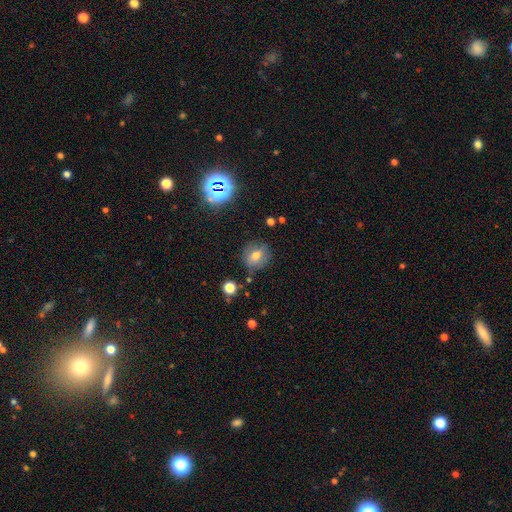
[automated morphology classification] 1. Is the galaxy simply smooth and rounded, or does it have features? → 67% smooth, 17% featured or disk, 16% star or artifact.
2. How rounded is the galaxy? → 72% round, 27% in between, 2% cigar-shaped.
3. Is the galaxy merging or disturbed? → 79% none, 14% minor disturbance, 4% major disturbance, 3% merger.